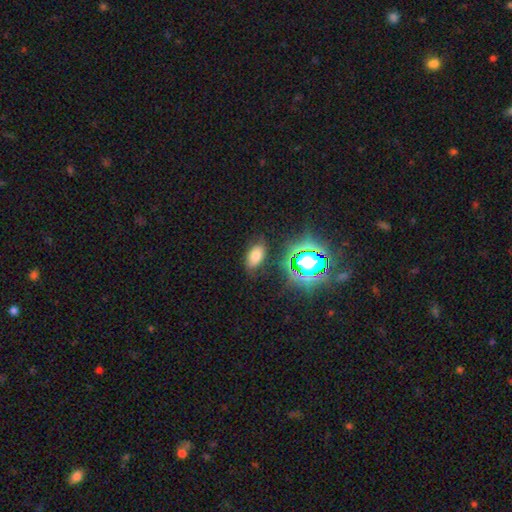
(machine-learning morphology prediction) Overall: smooth (67%). How rounded: in between (90%). Merging: none (82%).